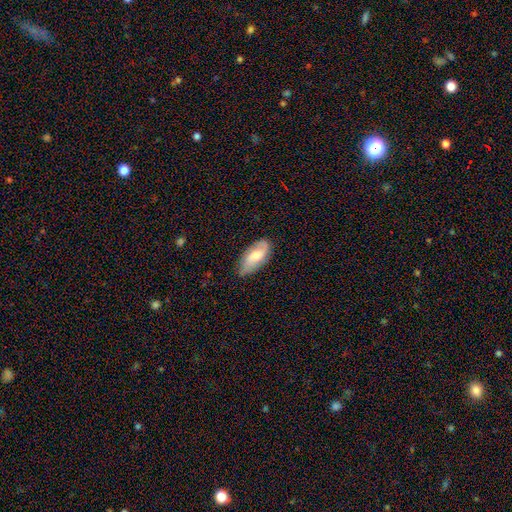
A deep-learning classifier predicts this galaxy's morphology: A smooth galaxy with no disk features (53%) that is in between round and cigar-shaped (90%). Merging: none (72%).